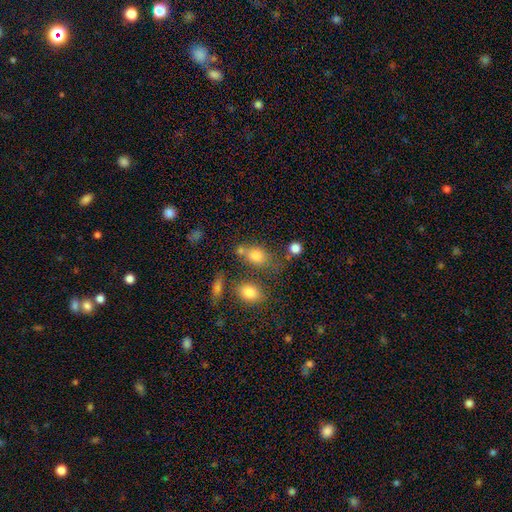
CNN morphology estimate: smooth 78%, star or artifact 12%, featured or disk 10%. Down the decision tree: how rounded — in between (65%); merging — none (49%).